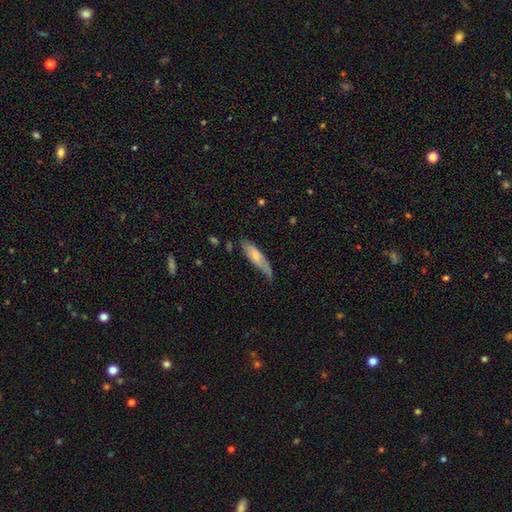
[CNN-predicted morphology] A smooth galaxy with no disk features (63%) that is cigar-shaped (54%). Merging: none (51%).